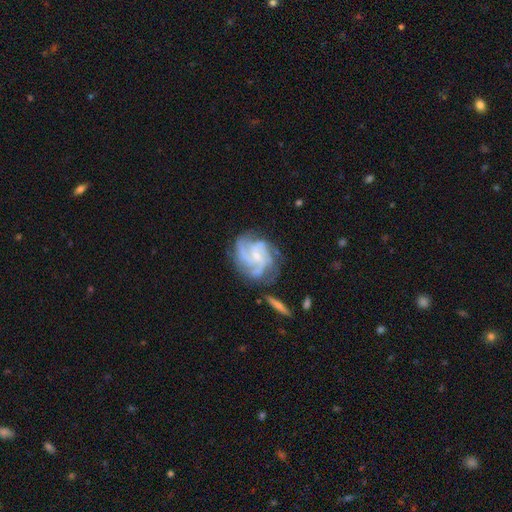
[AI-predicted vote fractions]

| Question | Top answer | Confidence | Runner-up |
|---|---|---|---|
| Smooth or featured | featured or disk | 87% | smooth (7%) |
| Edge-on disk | no | 98% | yes (2%) |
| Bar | no | 62% | weak (32%) |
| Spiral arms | yes | 97% | no (3%) |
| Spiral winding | tight | 47% | medium (43%) |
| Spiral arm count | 3 | 37% | 4 (32%) |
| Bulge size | small | 74% | moderate (18%) |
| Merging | none | 67% | minor disturbance (20%) |